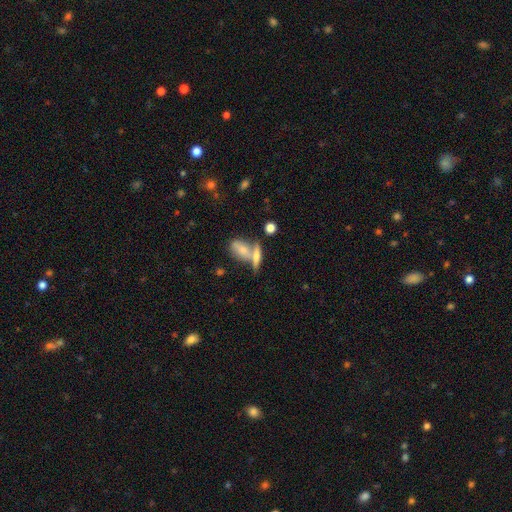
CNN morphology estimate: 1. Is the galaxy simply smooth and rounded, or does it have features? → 55% smooth, 36% featured or disk, 9% star or artifact.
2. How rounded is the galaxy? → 49% cigar-shaped, 43% in between, 8% round.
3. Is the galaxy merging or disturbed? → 45% merger, 41% none, 9% minor disturbance, 4% major disturbance.